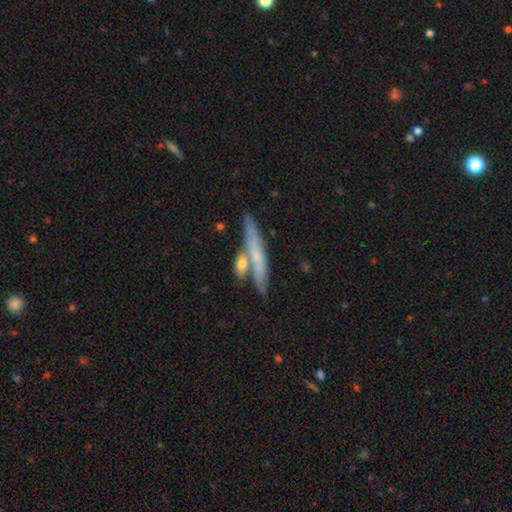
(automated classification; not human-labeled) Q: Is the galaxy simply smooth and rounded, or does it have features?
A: smooth — 48%.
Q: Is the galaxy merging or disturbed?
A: none — 67%.